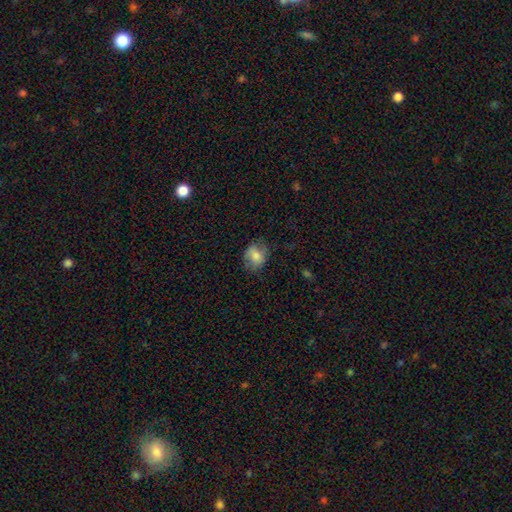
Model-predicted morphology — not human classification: smooth_or_featured: smooth (p=0.78) [alt: featured or disk p=0.14]
how_rounded: round (p=0.51) [alt: in between p=0.48]
merging: none (p=0.70) [alt: minor disturbance p=0.21]